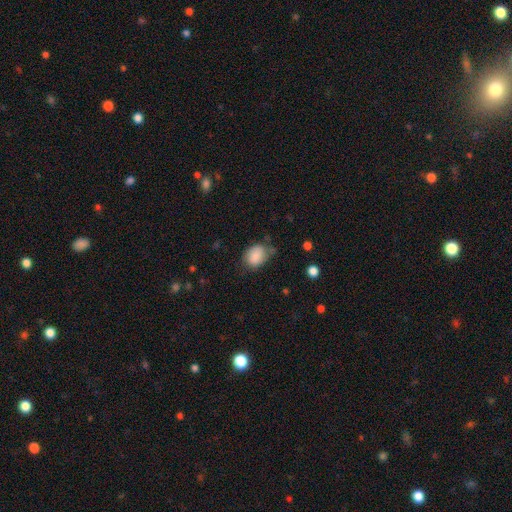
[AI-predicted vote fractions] smooth_or_featured: smooth (p=0.85) [alt: star or artifact p=0.08]
how_rounded: in between (p=0.65) [alt: round p=0.34]
merging: none (p=0.58) [alt: minor disturbance p=0.30]